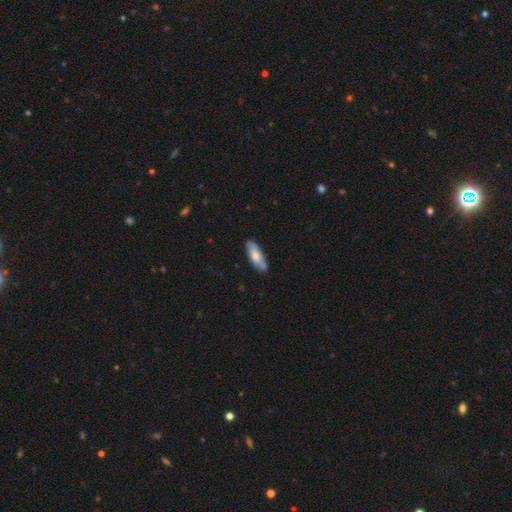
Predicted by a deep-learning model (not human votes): The model was most divided on "how rounded": in between: 64%, cigar-shaped: 35%, round: 2%. More confident: merging — none (81%); smooth or featured — smooth (68%).